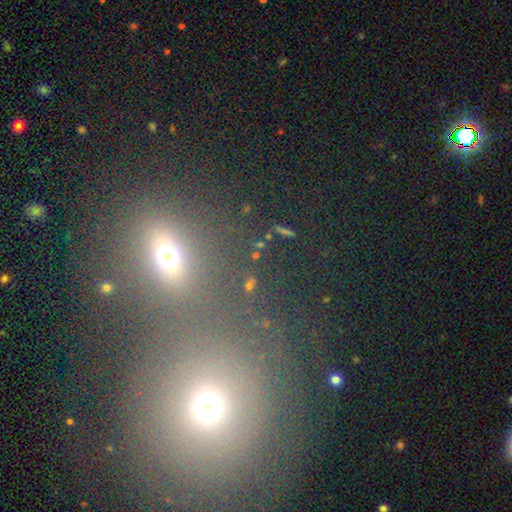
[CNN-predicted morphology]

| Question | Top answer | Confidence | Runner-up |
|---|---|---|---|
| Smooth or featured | smooth | 45% | star or artifact (41%) |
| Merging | none | 69% | merger (17%) |